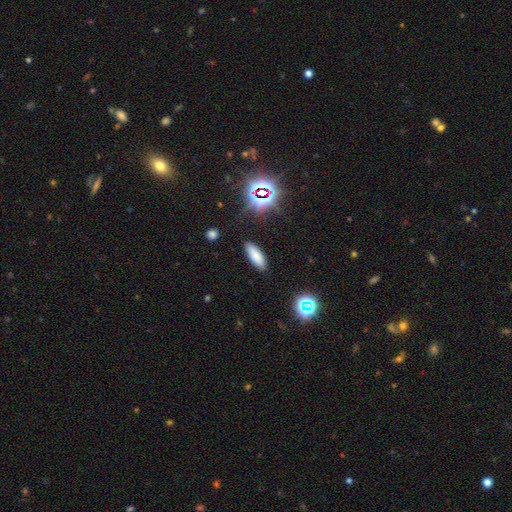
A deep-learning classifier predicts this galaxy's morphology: Q: Smooth or featured?
A: smooth (79%); runner-up: star or artifact (13%)
Q: How rounded?
A: in between (60%); runner-up: cigar-shaped (38%)
Q: Merging?
A: none (88%); runner-up: minor disturbance (8%)